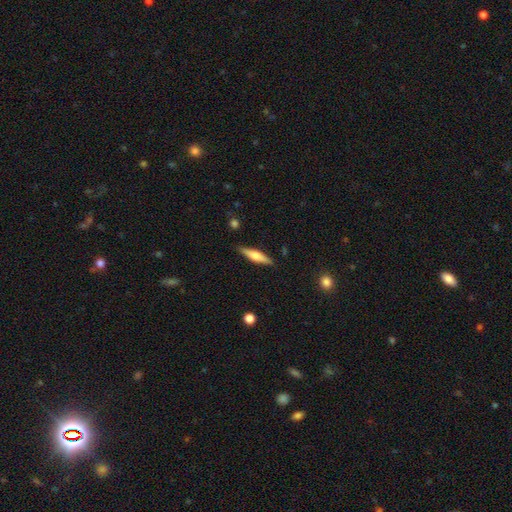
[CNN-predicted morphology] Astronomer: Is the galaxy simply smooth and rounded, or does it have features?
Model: smooth — 47%, tied with featured or disk at 47%.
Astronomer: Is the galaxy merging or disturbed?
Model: none — 88%.